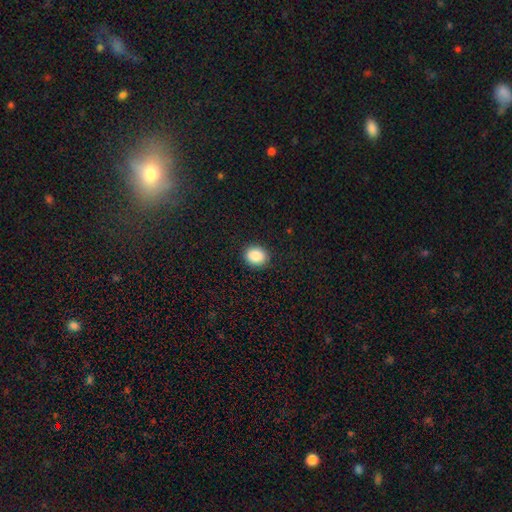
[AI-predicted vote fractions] A smooth galaxy with no disk features (87%) that is round (61%).

Vote fractions:
- Smooth or featured? smooth: 87% / star or artifact: 8% / featured or disk: 4%
- How rounded? round: 61% / in between: 38% / cigar-shaped: 1%
- Merging? none: 90% / minor disturbance: 7% / major disturbance: 2% / merger: 1%